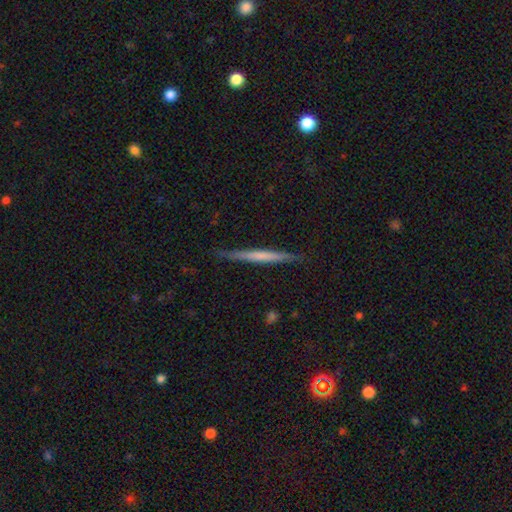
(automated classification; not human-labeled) smooth-or-featured: featured or disk: 62% | smooth: 31% | star or artifact: 8%
  disk-edge-on: yes: 97% | no: 3%
    edge-on-bulge: none: 56% | rounded: 35% | boxy: 9%
  merging: none: 90% | minor disturbance: 7% | major disturbance: 1% | merger: 1%